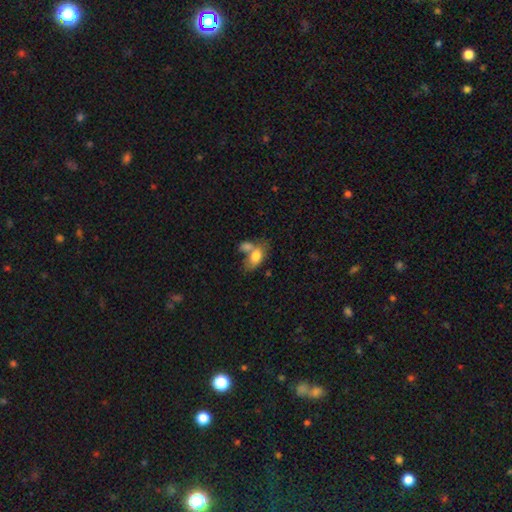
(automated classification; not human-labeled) Overall: smooth (77%). How rounded: in between (88%). Merging: merger (49%; none 30%).